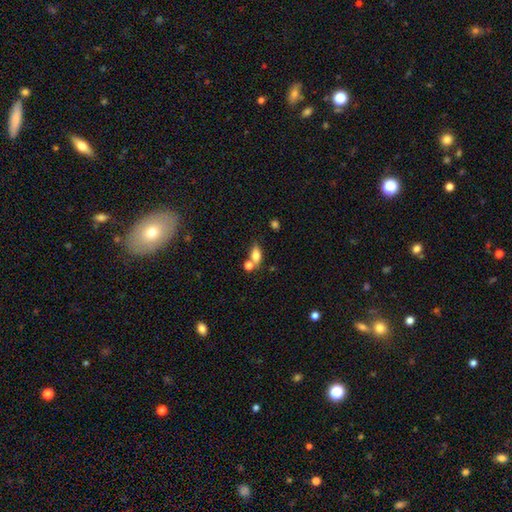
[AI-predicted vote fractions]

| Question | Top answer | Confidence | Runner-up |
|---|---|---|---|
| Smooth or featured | smooth | 75% | featured or disk (15%) |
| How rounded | in between | 77% | round (12%) |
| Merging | none | 49% | merger (32%) |